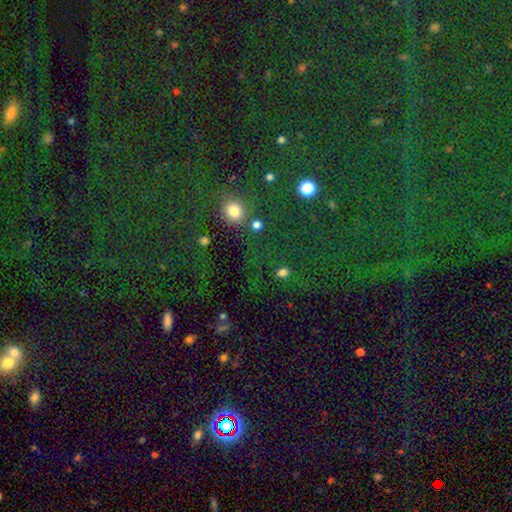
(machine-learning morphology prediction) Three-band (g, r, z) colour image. It shows a star or artifact, not a galaxy (71%).